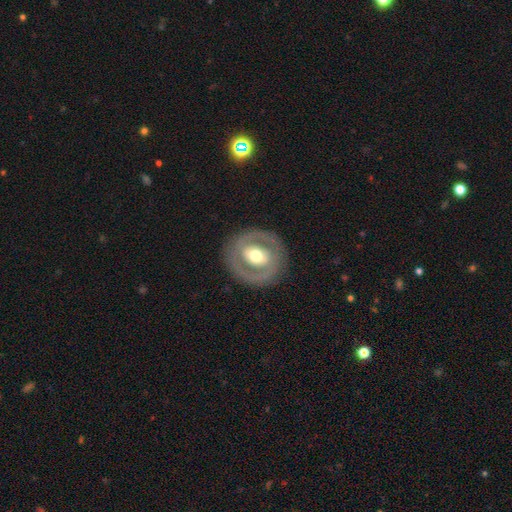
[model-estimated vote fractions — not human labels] This is likely a featured or disk galaxy (64%). It is clearly not viewed edge-on (95%). Bar: possibly no (47%). Spiral arm pattern: likely no (66%). Central bulge: likely moderate (66%). Merging: clearly none (85%).